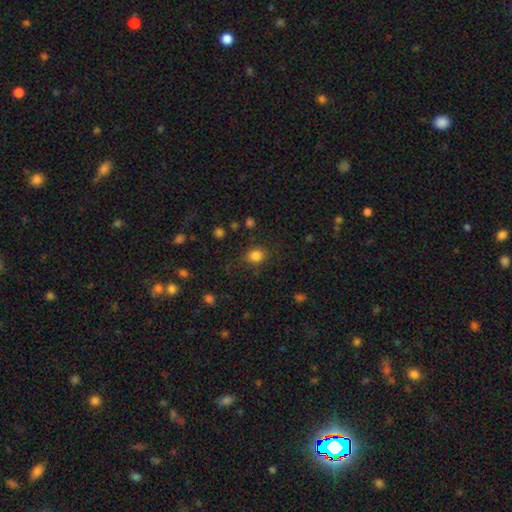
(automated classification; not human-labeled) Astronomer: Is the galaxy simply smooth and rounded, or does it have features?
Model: smooth — 83%.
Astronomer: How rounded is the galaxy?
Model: round — 70%.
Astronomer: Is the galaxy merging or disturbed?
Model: none — 80%.